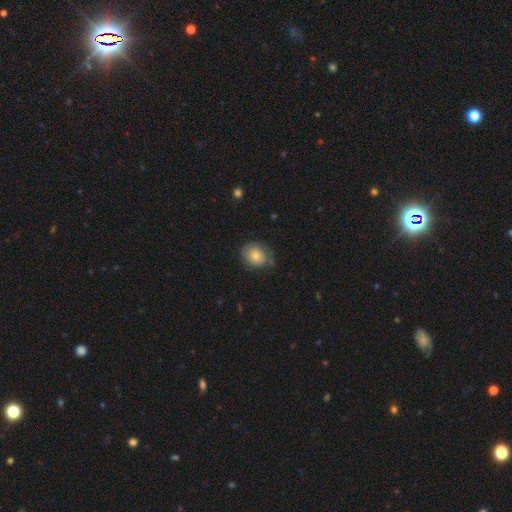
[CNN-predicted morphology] smooth-or-featured: smooth: 74% | featured or disk: 18% | star or artifact: 8%
  how-rounded: round: 60% | in between: 39% | cigar-shaped: 1%
  merging: none: 67% | minor disturbance: 24% | major disturbance: 7% | merger: 2%